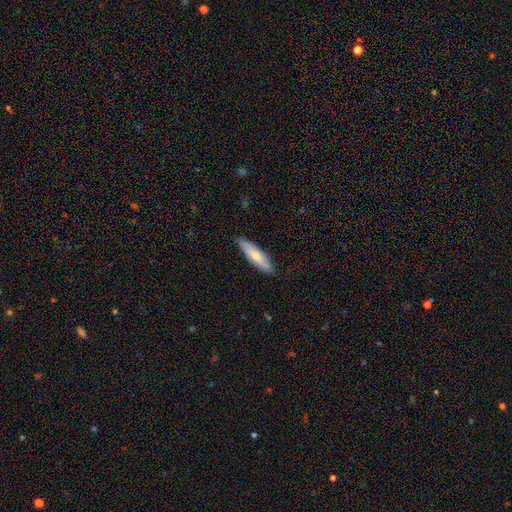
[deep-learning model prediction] Smooth or featured?
  - smooth: 63% *
  - featured or disk: 32%
  - star or artifact: 5%
How rounded?
  - cigar-shaped: 64% *
  - in between: 34%
  - round: 2%
Merging?
  - none: 84% *
  - minor disturbance: 13%
  - major disturbance: 2%
  - merger: 1%